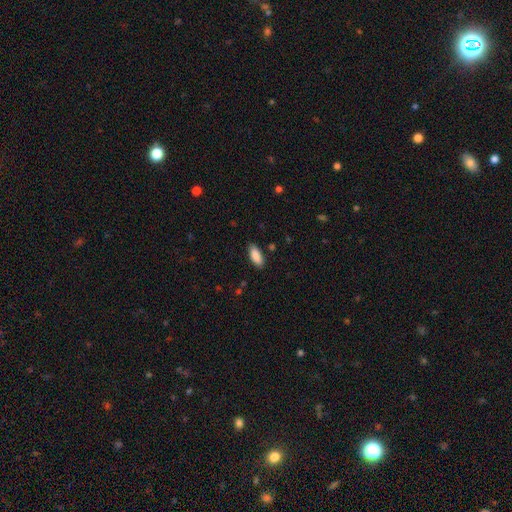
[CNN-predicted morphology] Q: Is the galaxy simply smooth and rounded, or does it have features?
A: smooth — 89%.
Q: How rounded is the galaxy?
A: in between — 84%.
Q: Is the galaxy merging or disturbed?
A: none — 85%.